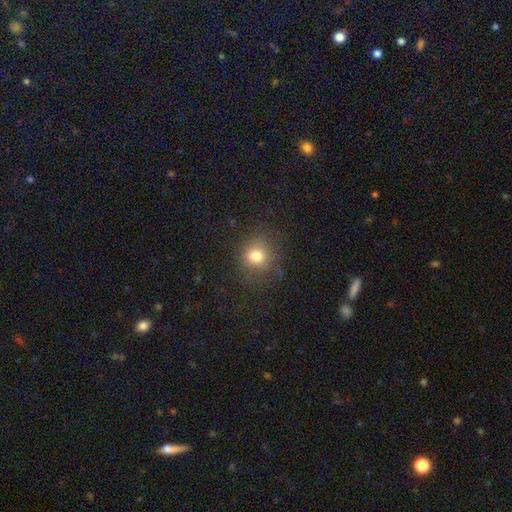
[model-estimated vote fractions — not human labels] Smooth or featured: smooth — 77% (star or artifact — 15%)
How rounded: round — 79% (in between — 20%)
Merging: none — 74% (minor disturbance — 15%)